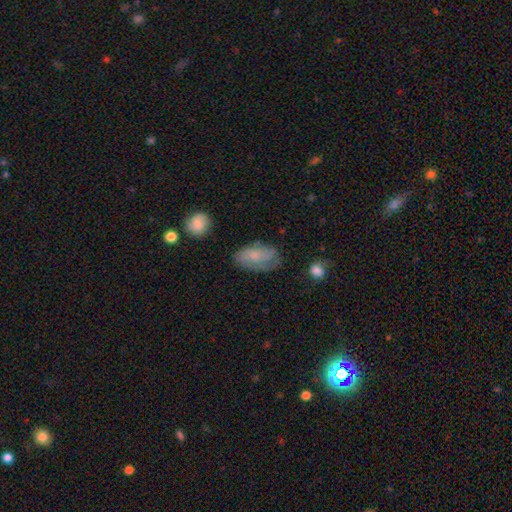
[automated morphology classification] smooth 67%, featured or disk 26%, star or artifact 8%. Down the decision tree: how rounded — in between (91%); merging — none (64%).